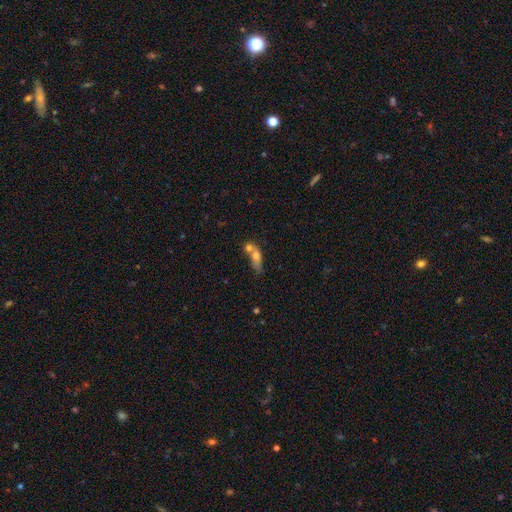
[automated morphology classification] This is likely a smooth galaxy (64%). How rounded: likely in between (62%). Merging: possibly merger (56%).